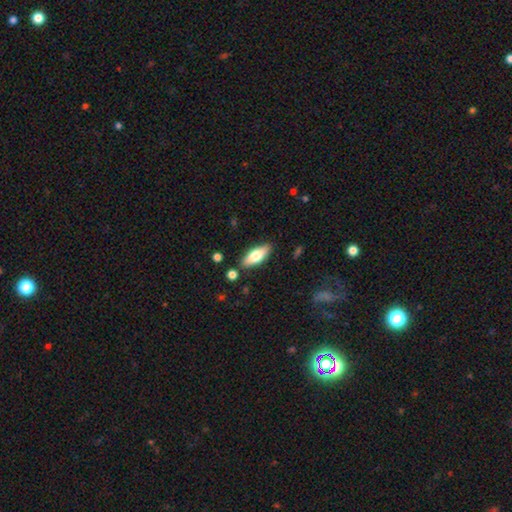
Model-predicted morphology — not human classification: type=smooth (67%); roundness=in between (72%); merging=none (85%).